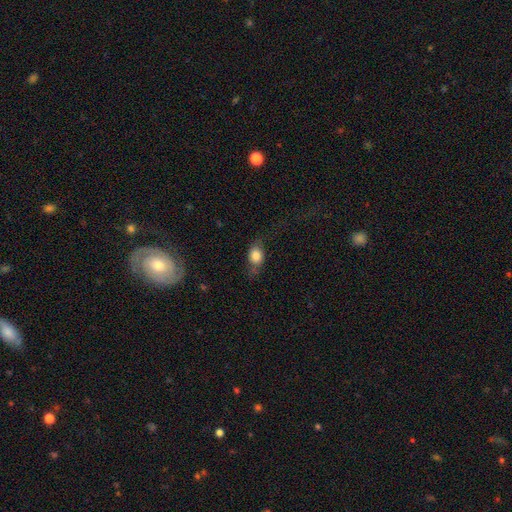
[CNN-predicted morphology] Q: Smooth or featured?
A: smooth (74%); runner-up: featured or disk (17%)
Q: How rounded?
A: in between (60%); runner-up: round (36%)
Q: Merging?
A: none (54%); runner-up: minor disturbance (26%)